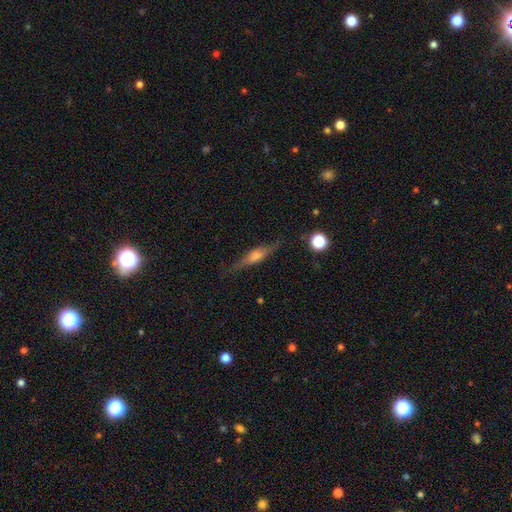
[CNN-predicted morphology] This appears to be a featured or disk galaxy (65%) viewed edge-on (95%) with a rounded central bulge (75%). Merging: none (82%).